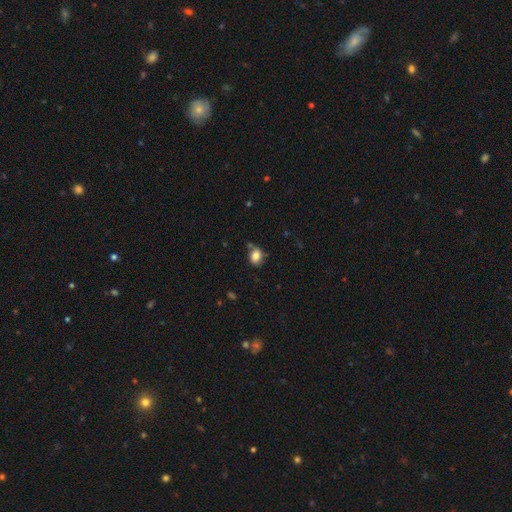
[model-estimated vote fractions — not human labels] smooth_or_featured: smooth (p=0.82) [alt: star or artifact p=0.10]
how_rounded: in between (p=0.55) [alt: round p=0.44]
merging: none (p=0.66) [alt: minor disturbance p=0.21]